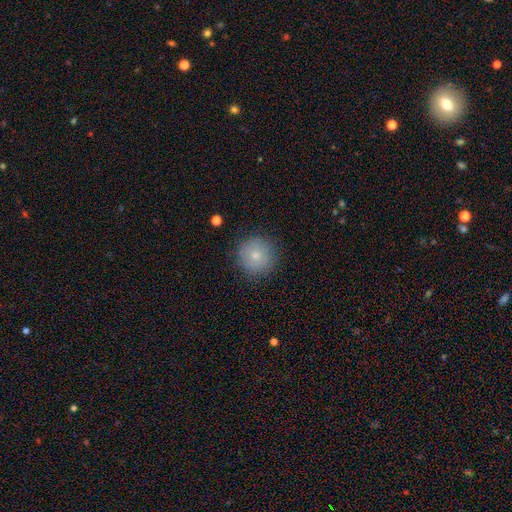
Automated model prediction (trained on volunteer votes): smooth 79%, featured or disk 12%, star or artifact 9%. Down the decision tree: how rounded — round (95%); merging — none (86%).